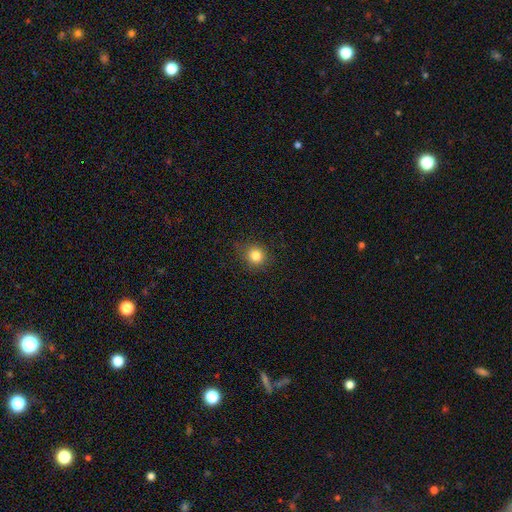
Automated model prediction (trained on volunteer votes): This is clearly a smooth galaxy (82%). How rounded: clearly round (88%). Merging: clearly none (85%).